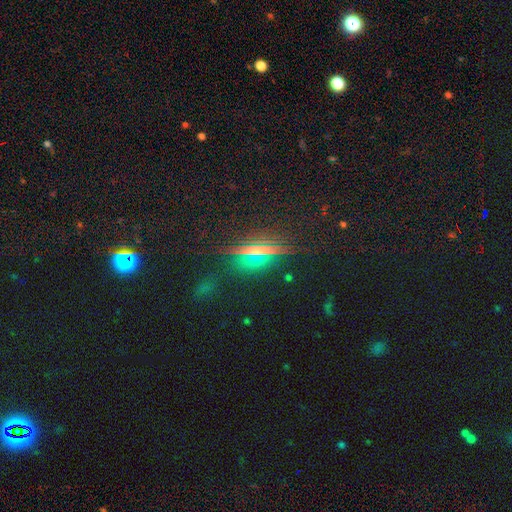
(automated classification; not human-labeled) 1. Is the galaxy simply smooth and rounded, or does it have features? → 49% star or artifact, 35% smooth, 15% featured or disk.